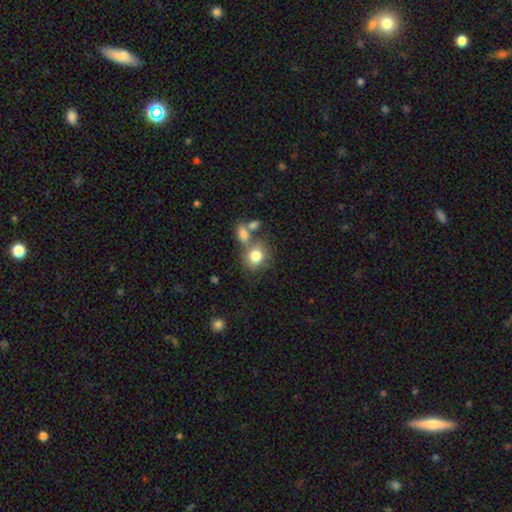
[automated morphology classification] smooth 79%, featured or disk 11%, star or artifact 10%. Down the decision tree: how rounded — round (65%); merging — none (51%).